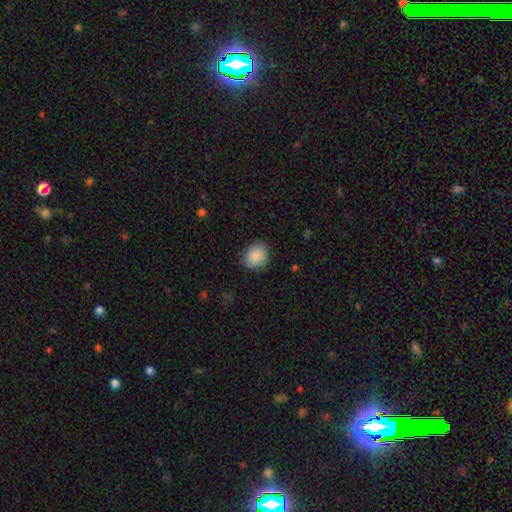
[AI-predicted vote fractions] smooth_or_featured: smooth (p=0.88) [alt: star or artifact p=0.07]
how_rounded: round (p=0.63) [alt: in between p=0.36]
merging: none (p=0.81) [alt: minor disturbance p=0.15]